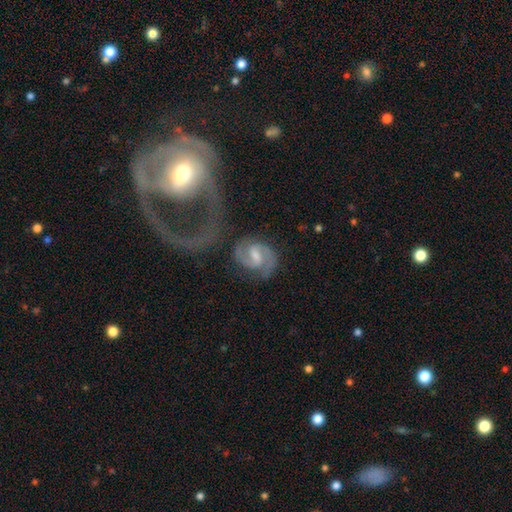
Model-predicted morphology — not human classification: Smooth or featured?
  - featured or disk: 88% *
  - smooth: 7%
  - star or artifact: 5%
Edge-on disk?
  - no: 98% *
  - yes: 2%
Bar?
  - weak: 56% *
  - strong: 27%
  - no: 16%
Spiral arms?
  - yes: 97% *
  - no: 3%
Spiral winding?
  - medium: 54% *
  - tight: 32%
  - loose: 13%
Spiral arm count?
  - 2: 91% *
  - can't tell: 3%
  - 1: 2%
  - 3: 2%
  - 4: 1%
  - more than 4: 1%
Bulge size?
  - small: 41% *
  - moderate: 39%
  - none: 15%
  - large: 4%
  - dominant: 1%
Merging?
  - none: 71% *
  - minor disturbance: 15%
  - major disturbance: 8%
  - merger: 5%